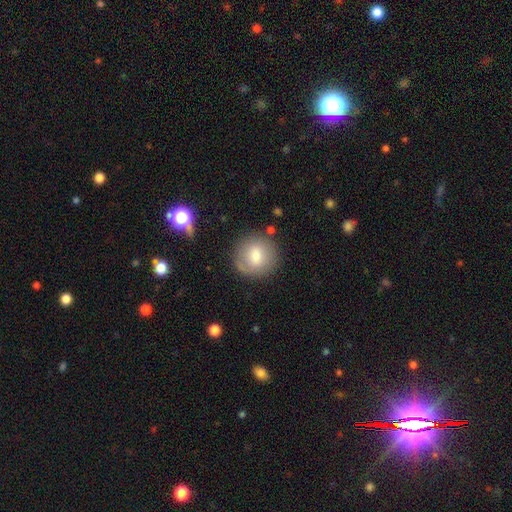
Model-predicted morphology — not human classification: smooth_or_featured: smooth (p=0.69) [alt: featured or disk p=0.21]
how_rounded: round (p=0.91) [alt: in between p=0.08]
merging: none (p=0.82) [alt: minor disturbance p=0.12]